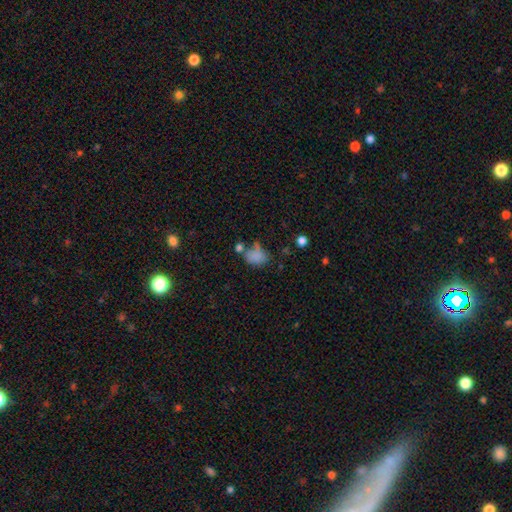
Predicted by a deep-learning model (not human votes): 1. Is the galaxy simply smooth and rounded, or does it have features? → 78% smooth, 13% star or artifact, 9% featured or disk.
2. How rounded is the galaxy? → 75% in between, 24% round, 2% cigar-shaped.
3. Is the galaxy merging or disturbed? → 42% none, 23% minor disturbance, 21% merger, 15% major disturbance.